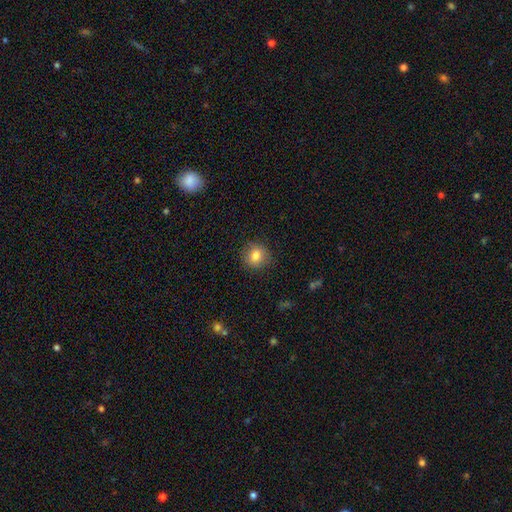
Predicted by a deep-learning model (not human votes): smooth_or_featured: smooth (p=0.82) [alt: star or artifact p=0.10]
how_rounded: round (p=0.86) [alt: in between p=0.13]
merging: none (p=0.87) [alt: minor disturbance p=0.10]